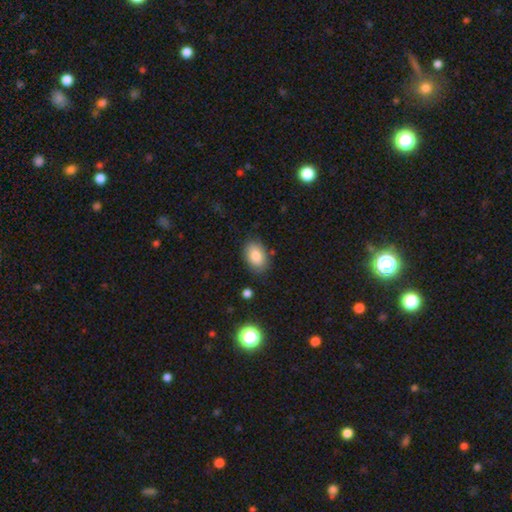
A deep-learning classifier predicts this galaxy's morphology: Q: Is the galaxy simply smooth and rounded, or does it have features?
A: smooth — 84%.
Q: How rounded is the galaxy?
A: in between — 88%.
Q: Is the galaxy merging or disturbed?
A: none — 81%.